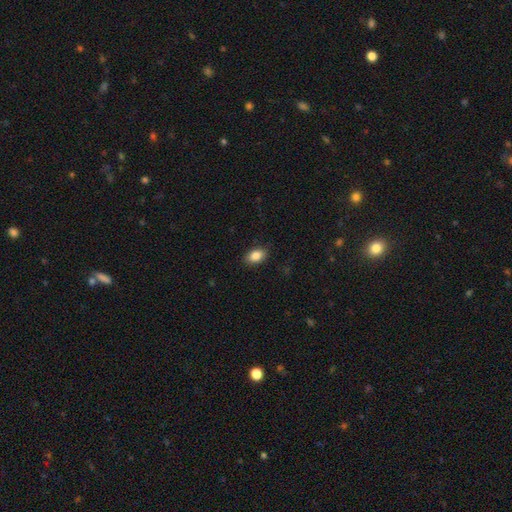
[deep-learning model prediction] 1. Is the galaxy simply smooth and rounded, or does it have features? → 86% smooth, 8% star or artifact, 6% featured or disk.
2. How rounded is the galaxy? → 87% in between, 12% round, 2% cigar-shaped.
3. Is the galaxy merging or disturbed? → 87% none, 10% minor disturbance, 2% major disturbance, 1% merger.